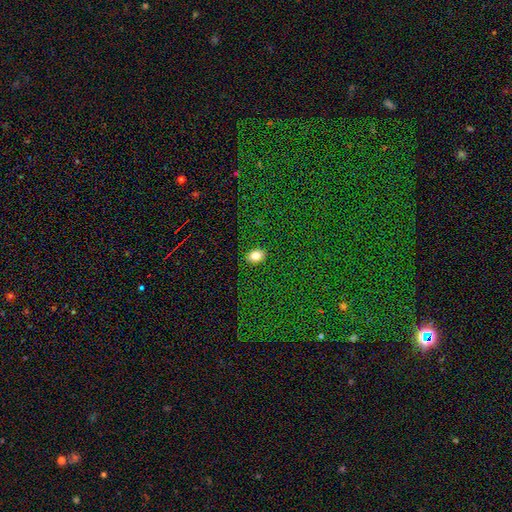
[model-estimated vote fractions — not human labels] Smooth or featured?
  - smooth: 83% *
  - star or artifact: 10%
  - featured or disk: 7%
How rounded?
  - in between: 75% *
  - round: 23%
  - cigar-shaped: 1%
Merging?
  - none: 88% *
  - minor disturbance: 9%
  - major disturbance: 2%
  - merger: 1%